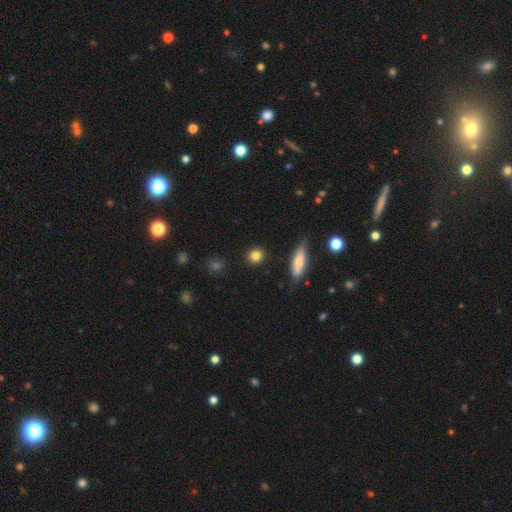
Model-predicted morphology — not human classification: smooth 84%, star or artifact 9%, featured or disk 7%. Down the decision tree: how rounded — round (85%); merging — none (90%).